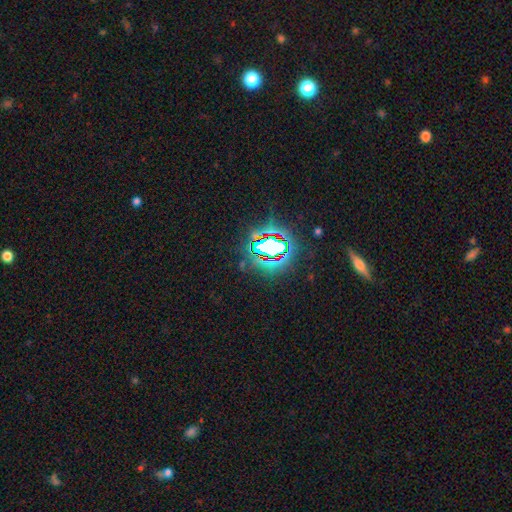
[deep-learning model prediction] A star or artifact, not a galaxy (79%).